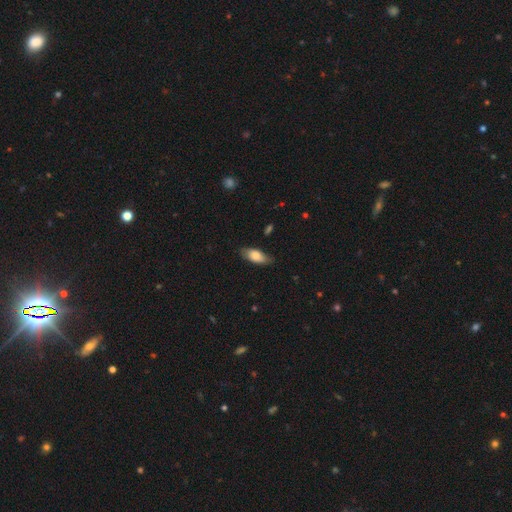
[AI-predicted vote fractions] Q: Smooth or featured?
A: smooth (75%); runner-up: featured or disk (18%)
Q: How rounded?
A: in between (82%); runner-up: cigar-shaped (15%)
Q: Merging?
A: none (77%); runner-up: minor disturbance (19%)